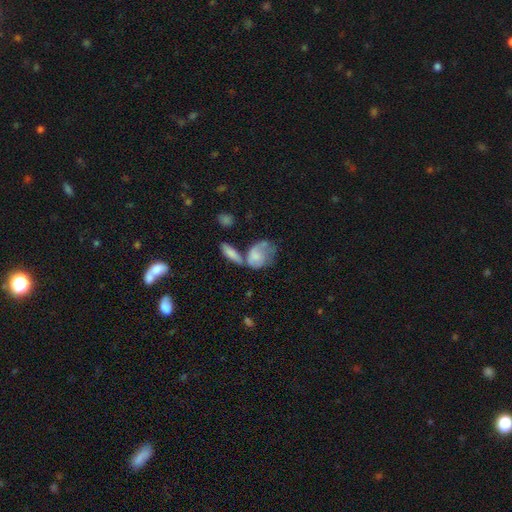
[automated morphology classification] Overall: smooth (63%; featured or disk 30%). How rounded: in between (71%). Merging: merger (33%; none 23%).